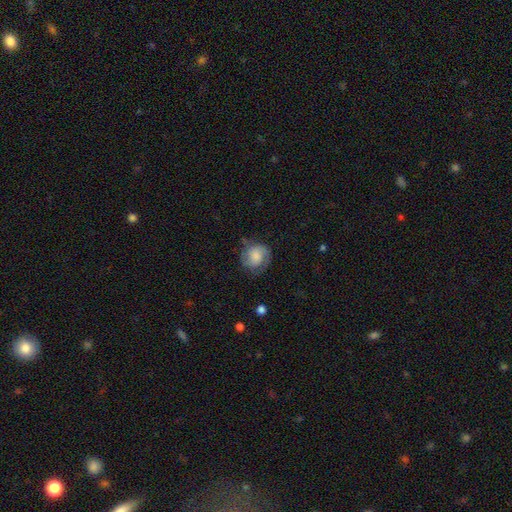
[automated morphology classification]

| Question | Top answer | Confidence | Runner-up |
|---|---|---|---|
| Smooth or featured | featured or disk | 51% | smooth (41%) |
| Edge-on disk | no | 98% | yes (2%) |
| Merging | none | 63% | minor disturbance (23%) |